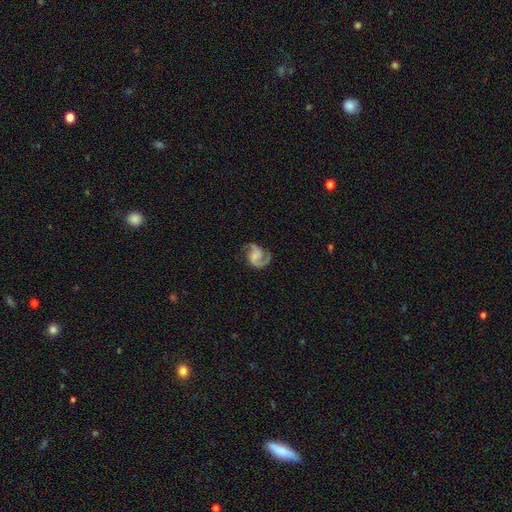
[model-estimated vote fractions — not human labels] Smooth or featured? featured or disk (86%)
Edge-on disk? no (98%)
Bar? no (53%)
Spiral arms? yes (97%)
Spiral winding? medium (53%)
Spiral arm count? 2 (88%)
Bulge size? none (45%)
Merging? none (70%)